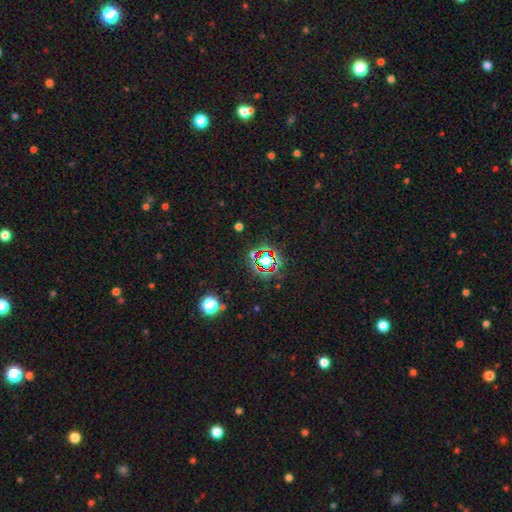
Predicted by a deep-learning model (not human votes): The model was most divided on "smooth or featured": star or artifact: 76%, smooth: 15%, featured or disk: 9%.